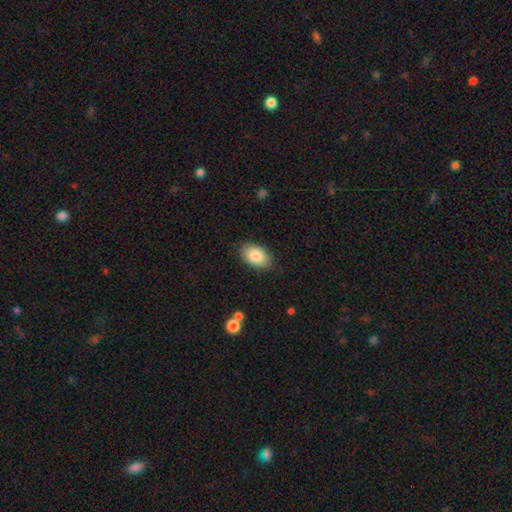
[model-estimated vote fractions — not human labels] Smooth or featured?
  - smooth: 86% *
  - featured or disk: 8%
  - star or artifact: 6%
How rounded?
  - in between: 92% *
  - round: 7%
  - cigar-shaped: 1%
Merging?
  - none: 84% *
  - minor disturbance: 12%
  - major disturbance: 2%
  - merger: 1%